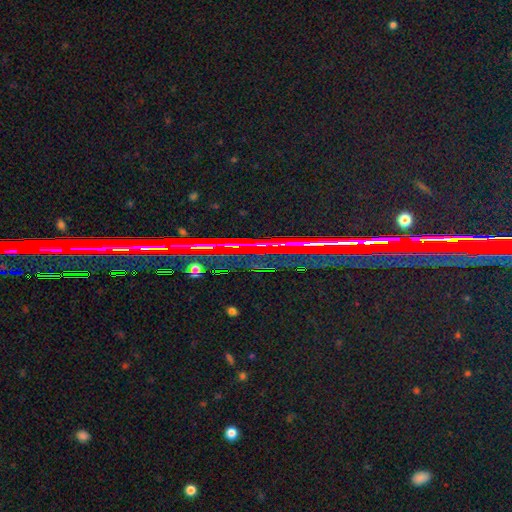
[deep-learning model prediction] A star or artifact, not a galaxy (86%).

Vote fractions:
- Smooth or featured? star or artifact: 86% / featured or disk: 8% / smooth: 6%